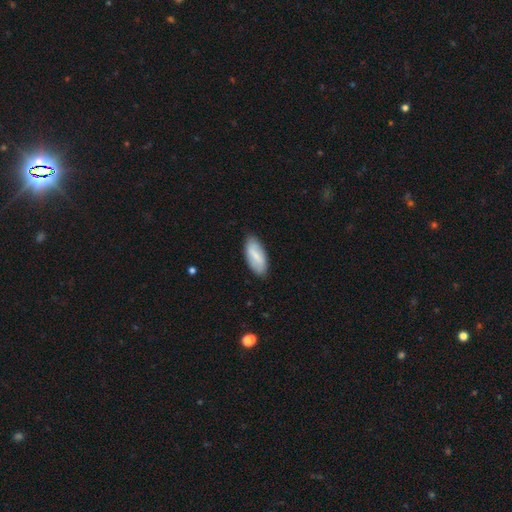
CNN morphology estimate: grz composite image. It shows a smooth galaxy with no disk features (59%) that is in between round and cigar-shaped (87%). Merging: none (84%).